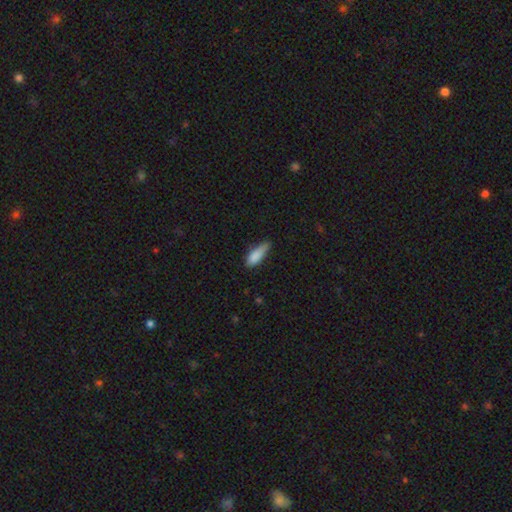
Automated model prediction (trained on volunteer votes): A smooth galaxy with no disk features (85%) that is in between round and cigar-shaped (61%). Merging: none (49%).